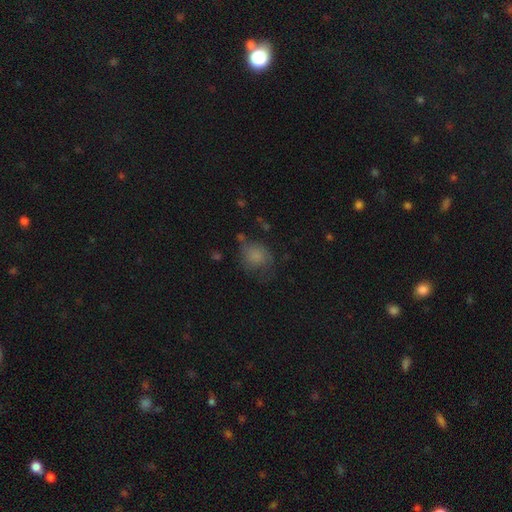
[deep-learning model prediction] A smooth galaxy with no disk features (75%) that is round (70%).

Vote fractions:
- Smooth or featured? smooth: 75% / featured or disk: 14% / star or artifact: 11%
- How rounded? round: 70% / in between: 29% / cigar-shaped: 1%
- Merging? none: 47% / minor disturbance: 28% / major disturbance: 20% / merger: 5%